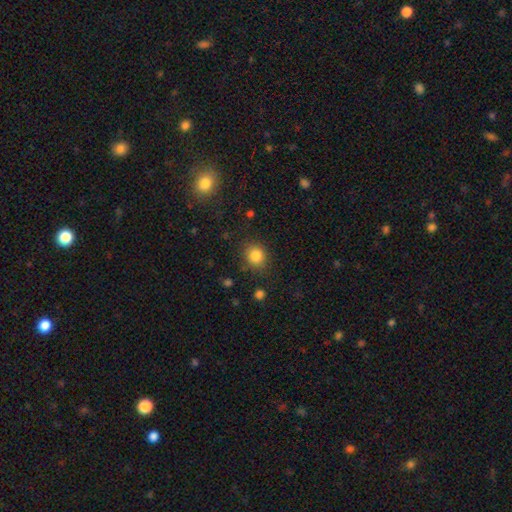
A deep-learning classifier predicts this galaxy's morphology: The model was most divided on "how rounded": round: 80%, in between: 19%, cigar-shaped: 1%. More confident: merging — none (85%); smooth or featured — smooth (84%).